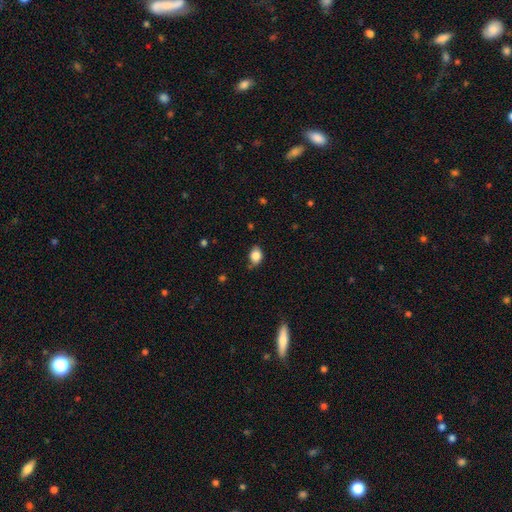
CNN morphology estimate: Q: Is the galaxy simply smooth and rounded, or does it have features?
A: smooth — 84%.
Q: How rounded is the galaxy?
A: in between — 62%.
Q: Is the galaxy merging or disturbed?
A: none — 67%.